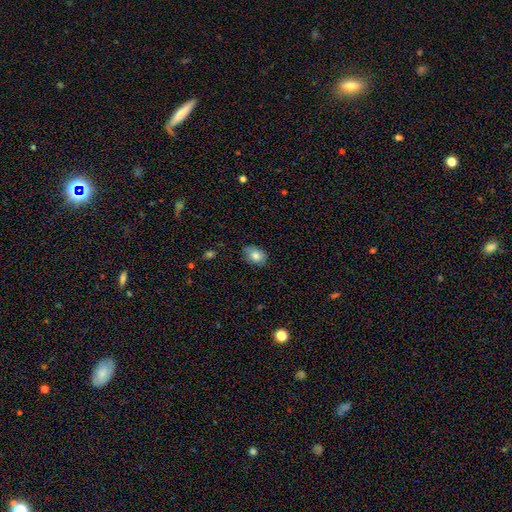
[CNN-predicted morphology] A smooth galaxy with no disk features (82%) that is in between round and cigar-shaped (74%). Merging: none (78%).